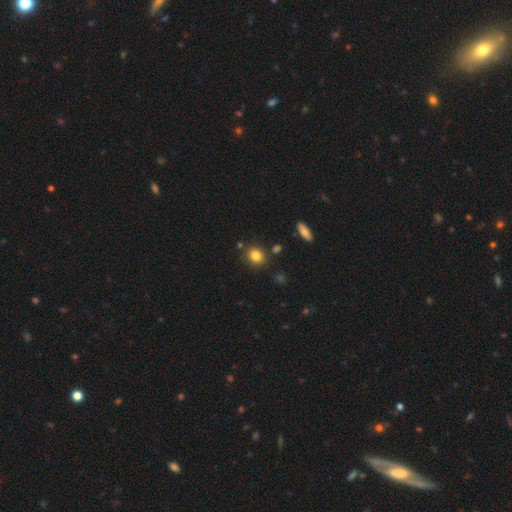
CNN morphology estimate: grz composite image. It shows a smooth galaxy with no disk features (83%) that is round (64%). Merging: none (82%).